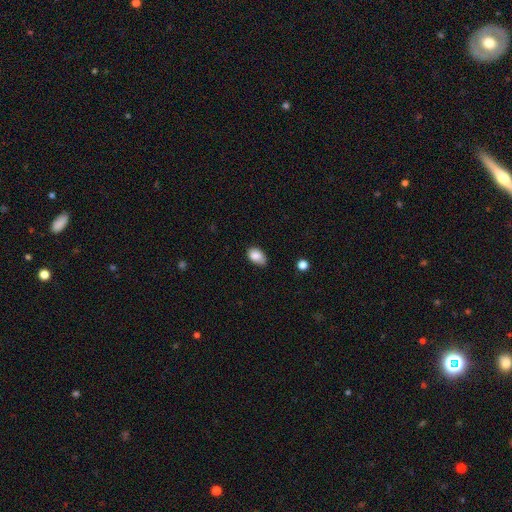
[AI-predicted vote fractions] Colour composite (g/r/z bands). It shows a smooth galaxy with no disk features (84%) that is in between round and cigar-shaped (86%). Merging: none (62%).